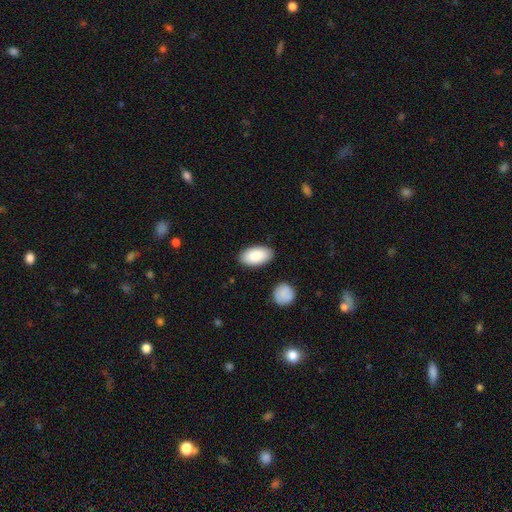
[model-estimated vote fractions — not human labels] Smooth or featured?
  - smooth: 88% *
  - featured or disk: 7%
  - star or artifact: 6%
How rounded?
  - in between: 95% *
  - round: 3%
  - cigar-shaped: 2%
Merging?
  - none: 86% *
  - minor disturbance: 9%
  - merger: 2%
  - major disturbance: 2%